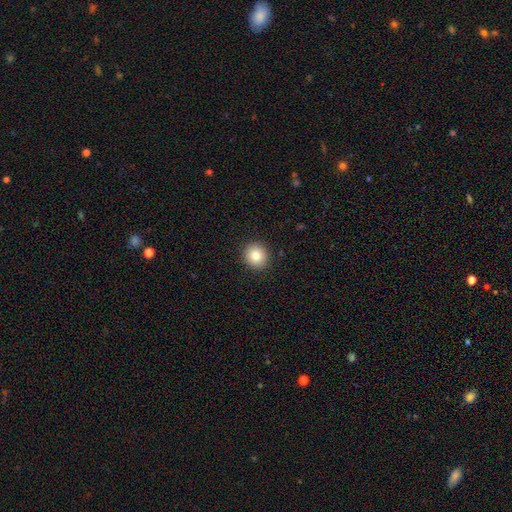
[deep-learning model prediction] A smooth galaxy with no disk features (83%) that is round (86%).

Vote fractions:
- Smooth or featured? smooth: 83% / star or artifact: 9% / featured or disk: 7%
- How rounded? round: 86% / in between: 13% / cigar-shaped: 1%
- Merging? none: 92% / minor disturbance: 6% / major disturbance: 2% / merger: 1%